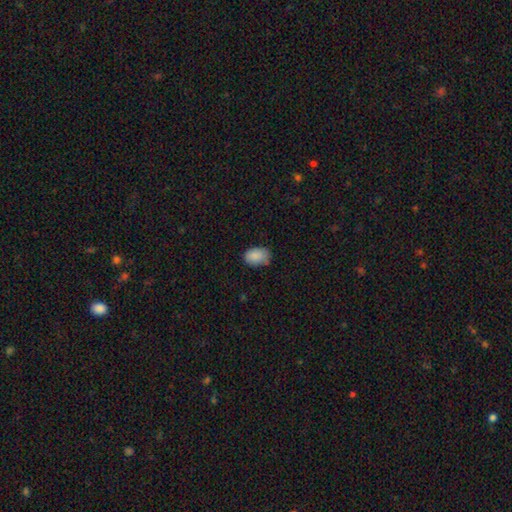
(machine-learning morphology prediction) A smooth galaxy with no disk features (87%) that is in between round and cigar-shaped (87%).

Vote fractions:
- Smooth or featured? smooth: 87% / star or artifact: 8% / featured or disk: 5%
- How rounded? in between: 87% / round: 12% / cigar-shaped: 1%
- Merging? none: 67% / minor disturbance: 27% / major disturbance: 4% / merger: 2%